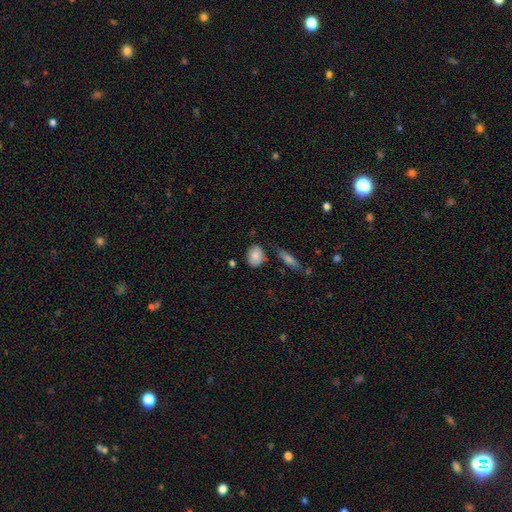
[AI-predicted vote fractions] smooth-or-featured: smooth: 85% | featured or disk: 8% | star or artifact: 7%
  how-rounded: in between: 58% | round: 40% | cigar-shaped: 2%
  merging: none: 71% | minor disturbance: 18% | merger: 7% | major disturbance: 4%